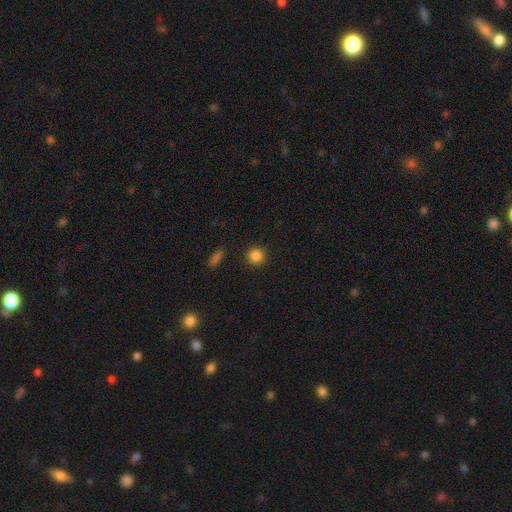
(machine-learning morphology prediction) Q: Smooth or featured?
A: smooth (85%); runner-up: star or artifact (11%)
Q: How rounded?
A: round (94%); runner-up: in between (5%)
Q: Merging?
A: none (91%); runner-up: minor disturbance (5%)